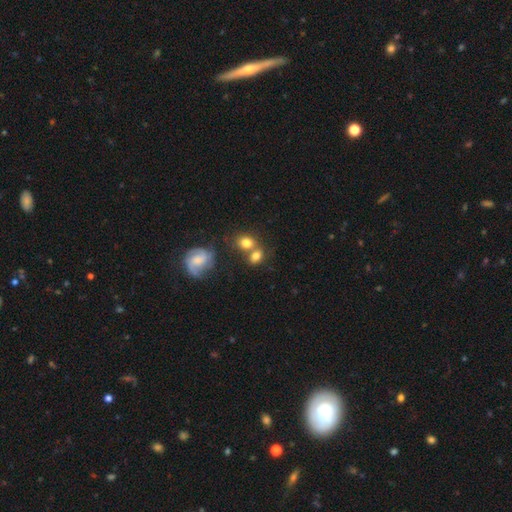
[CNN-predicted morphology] Smooth or featured? smooth (71%)
How rounded? in between (55%)
Merging? merger (41%)